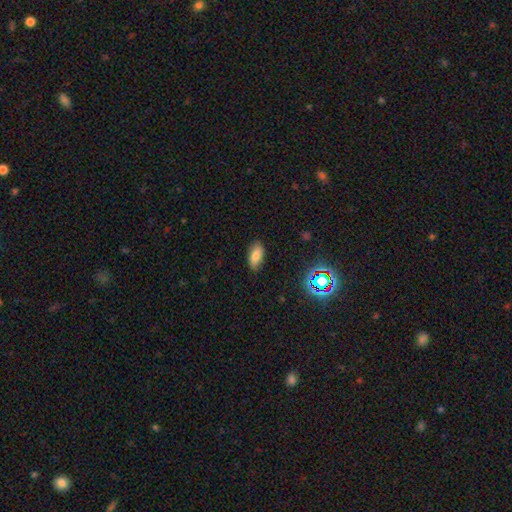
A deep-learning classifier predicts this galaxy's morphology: Smooth or featured: smooth — 78% (star or artifact — 12%)
How rounded: in between — 90% (cigar-shaped — 7%)
Merging: none — 83% (minor disturbance — 13%)